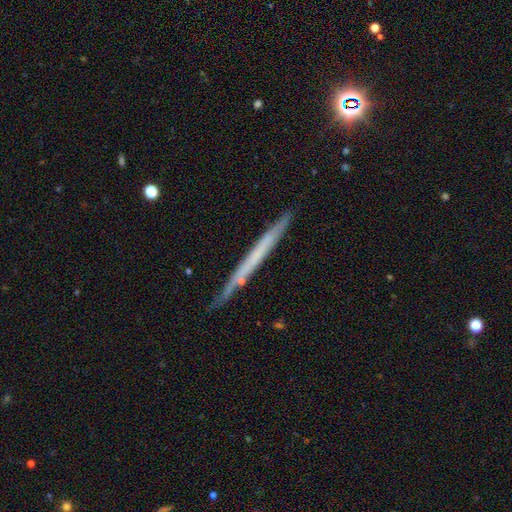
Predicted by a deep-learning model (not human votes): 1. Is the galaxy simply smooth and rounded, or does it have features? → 55% featured or disk, 37% smooth, 8% star or artifact.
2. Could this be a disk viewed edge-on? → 95% yes, 5% no.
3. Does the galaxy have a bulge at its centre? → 92% none, 5% rounded, 3% boxy.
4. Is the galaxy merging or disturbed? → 85% none, 11% minor disturbance, 2% major disturbance, 2% merger.